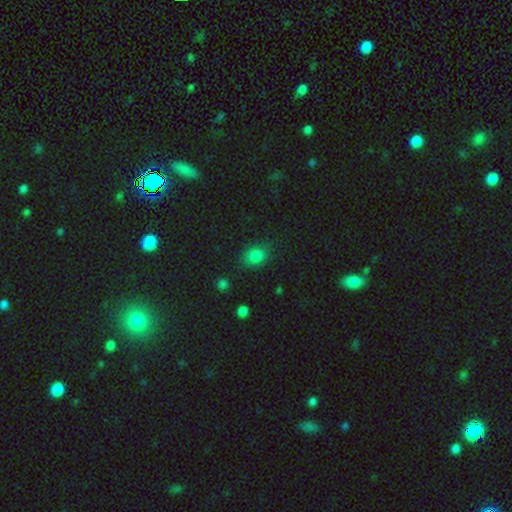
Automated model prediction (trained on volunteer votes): This appears to be a smooth galaxy with no disk features (80%) that is in between round and cigar-shaped (61%). Merging: none (78%).